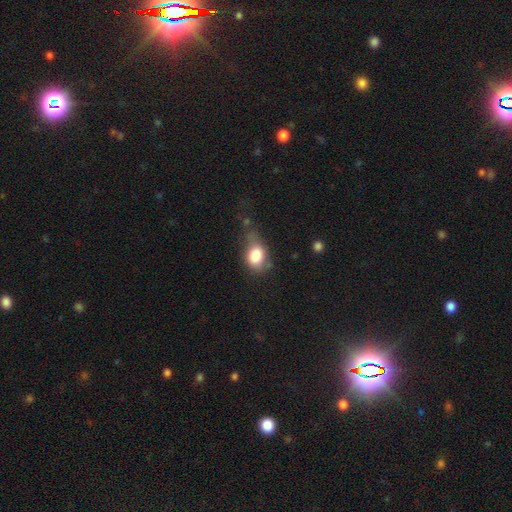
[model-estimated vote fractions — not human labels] smooth_or_featured: smooth (p=0.79) [alt: featured or disk p=0.12]
how_rounded: in between (p=0.67) [alt: round p=0.32]
merging: minor disturbance (p=0.35) [alt: none p=0.33]